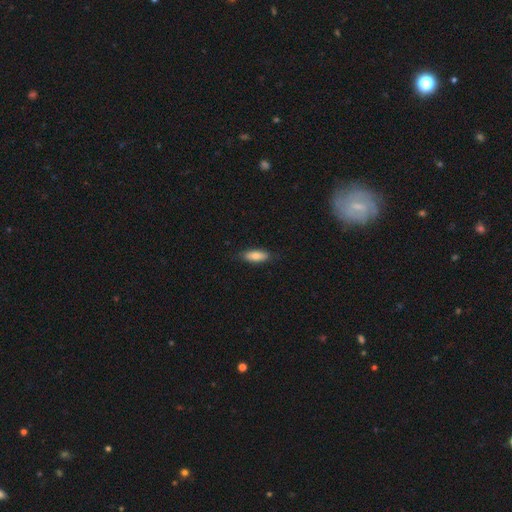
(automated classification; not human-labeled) A smooth galaxy with no disk features (79%) that is in between round and cigar-shaped (70%).

Vote fractions:
- Smooth or featured? smooth: 79% / featured or disk: 15% / star or artifact: 6%
- How rounded? in between: 70% / cigar-shaped: 28% / round: 2%
- Merging? none: 84% / minor disturbance: 13% / major disturbance: 2% / merger: 1%